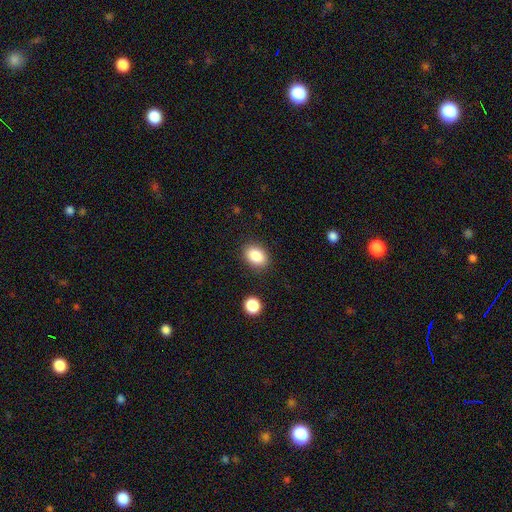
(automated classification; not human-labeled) smooth_or_featured: smooth (p=0.86) [alt: star or artifact p=0.09]
how_rounded: in between (p=0.73) [alt: round p=0.25]
merging: none (p=0.87) [alt: minor disturbance p=0.09]